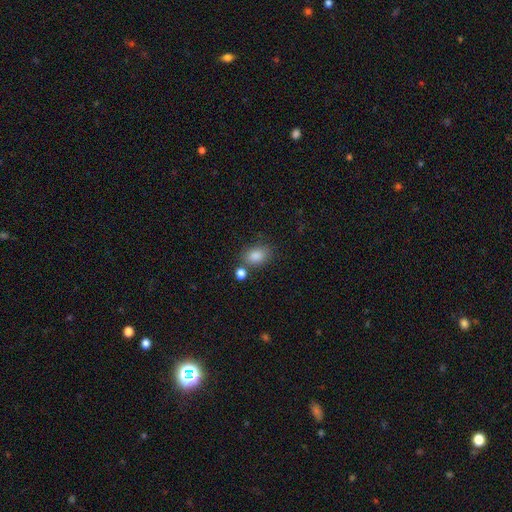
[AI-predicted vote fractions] A smooth galaxy with no disk features (84%) that is in between round and cigar-shaped (70%). Merging: none (70%).